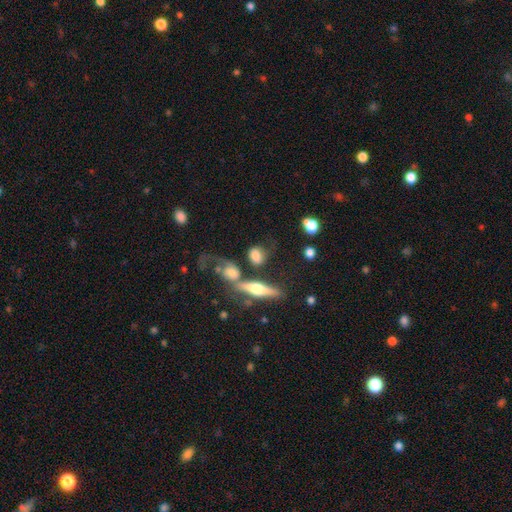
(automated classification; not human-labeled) Q: Smooth or featured?
A: smooth (61%); runner-up: featured or disk (29%)
Q: How rounded?
A: in between (53%); runner-up: round (38%)
Q: Merging?
A: none (42%); runner-up: merger (24%)